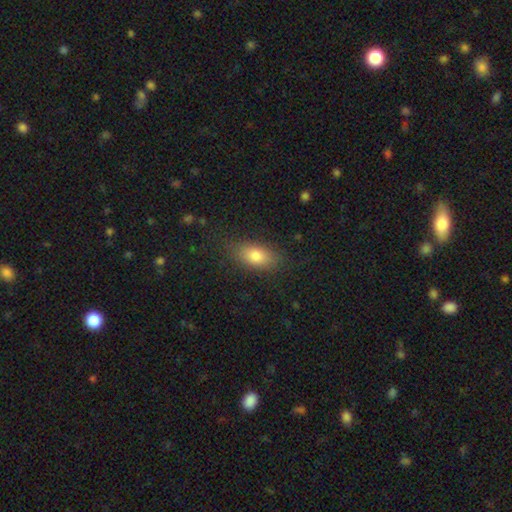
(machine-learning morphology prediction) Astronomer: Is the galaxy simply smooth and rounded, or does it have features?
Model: smooth — 81%.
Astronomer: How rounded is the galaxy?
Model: in between — 85%.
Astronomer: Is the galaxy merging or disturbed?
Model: none — 82%.